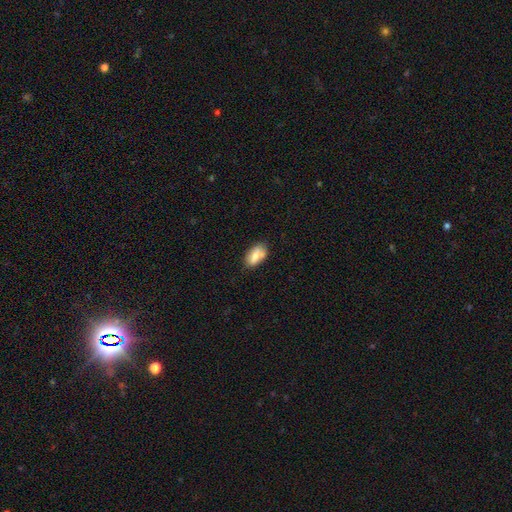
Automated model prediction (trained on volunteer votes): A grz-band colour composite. It shows a smooth galaxy with no disk features (76%) that is in between round and cigar-shaped (91%). Merging: none (63%).